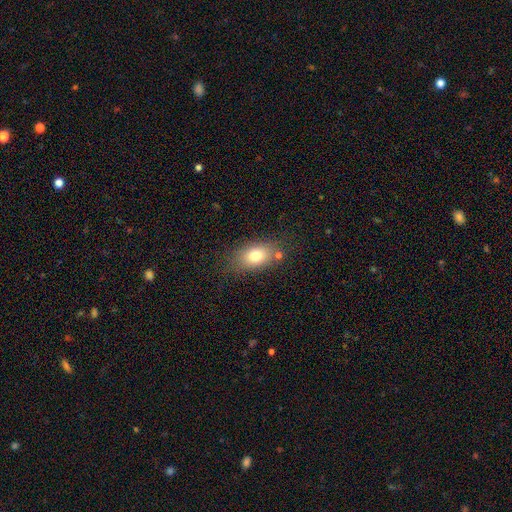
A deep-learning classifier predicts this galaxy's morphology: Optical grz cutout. It shows a smooth galaxy with no disk features (75%) that is in between round and cigar-shaped (81%). Merging: none (74%).